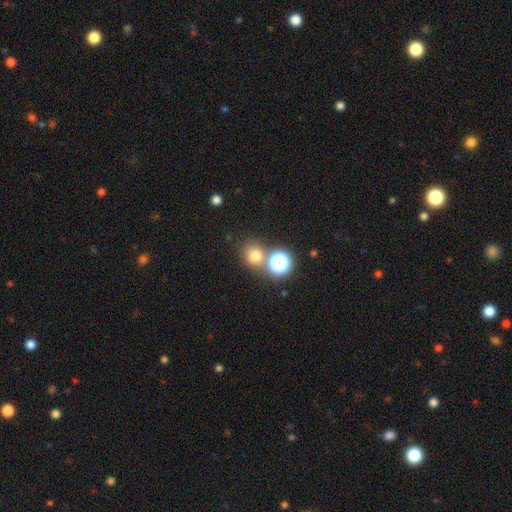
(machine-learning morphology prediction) A smooth galaxy with no disk features (70%) that is round (80%).

Vote fractions:
- Smooth or featured? smooth: 70% / star or artifact: 22% / featured or disk: 8%
- How rounded? round: 80% / in between: 19% / cigar-shaped: 1%
- Merging? none: 65% / merger: 21% / minor disturbance: 9% / major disturbance: 4%